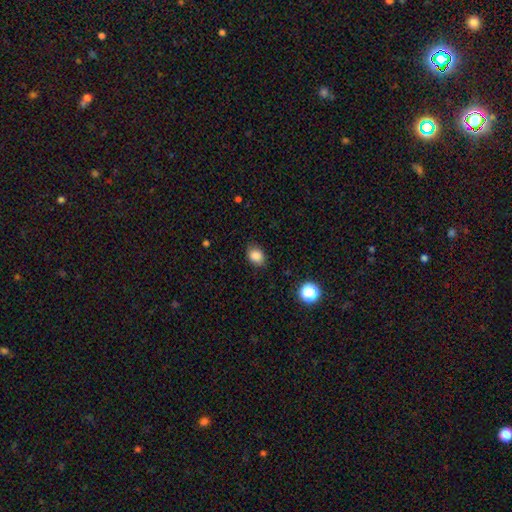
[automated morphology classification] smooth-or-featured: smooth: 85% | star or artifact: 11% | featured or disk: 4%
  how-rounded: in between: 59% | round: 40% | cigar-shaped: 1%
  merging: none: 82% | minor disturbance: 13% | major disturbance: 3% | merger: 1%